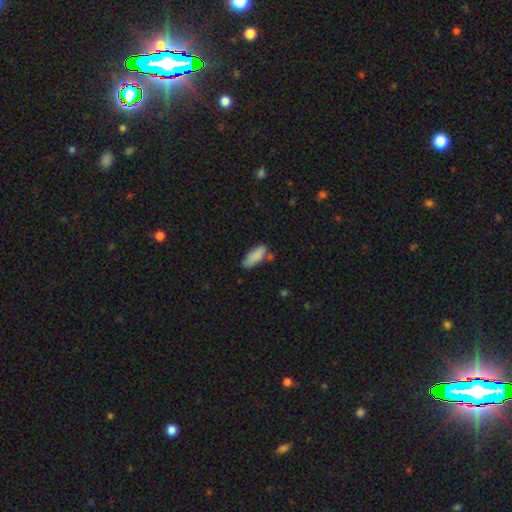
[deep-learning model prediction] Smooth or featured: smooth — 86% (featured or disk — 8%)
How rounded: in between — 73% (cigar-shaped — 25%)
Merging: none — 67% (minor disturbance — 22%)